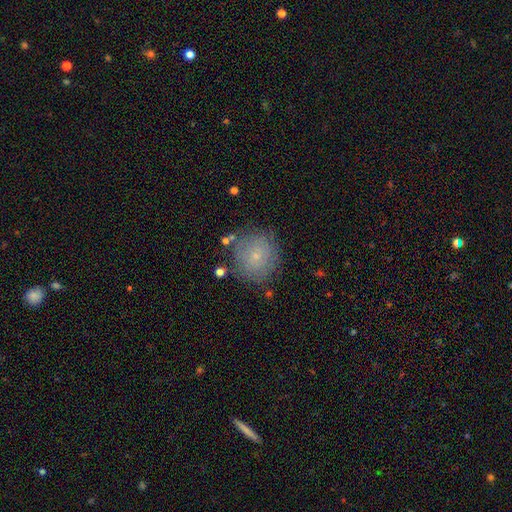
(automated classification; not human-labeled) This is likely a smooth galaxy (60%). How rounded: clearly round (88%). Merging: likely none (77%).